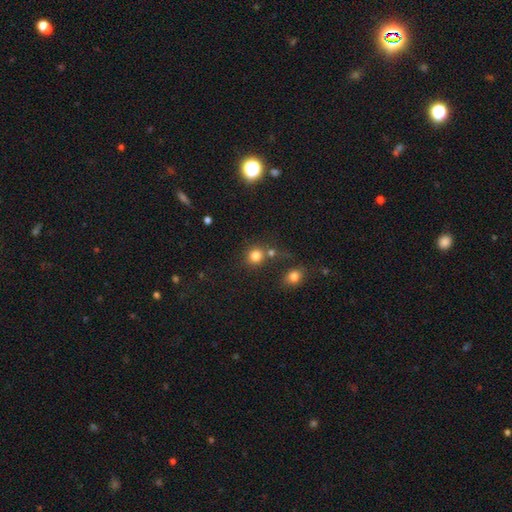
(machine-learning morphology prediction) Smooth or featured?
  - smooth: 80% *
  - star or artifact: 14%
  - featured or disk: 6%
How rounded?
  - round: 88% *
  - in between: 11%
  - cigar-shaped: 1%
Merging?
  - none: 65% *
  - merger: 21%
  - minor disturbance: 9%
  - major disturbance: 5%